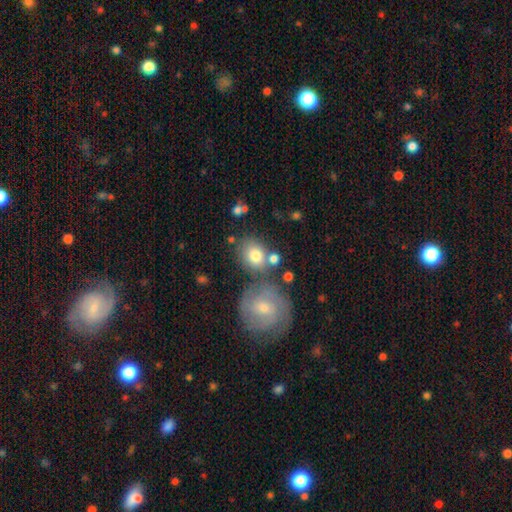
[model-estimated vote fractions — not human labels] Smooth or featured?
  - smooth: 73% *
  - featured or disk: 19%
  - star or artifact: 9%
How rounded?
  - round: 59% *
  - in between: 40%
  - cigar-shaped: 1%
Merging?
  - none: 56% *
  - merger: 23%
  - minor disturbance: 15%
  - major disturbance: 6%